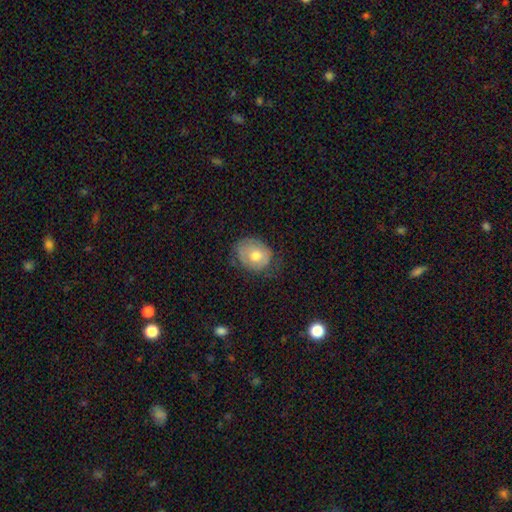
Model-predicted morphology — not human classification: smooth-or-featured: smooth: 60% | featured or disk: 33% | star or artifact: 7%
  how-rounded: round: 53% | in between: 46% | cigar-shaped: 1%
  merging: none: 60% | minor disturbance: 28% | major disturbance: 10% | merger: 1%